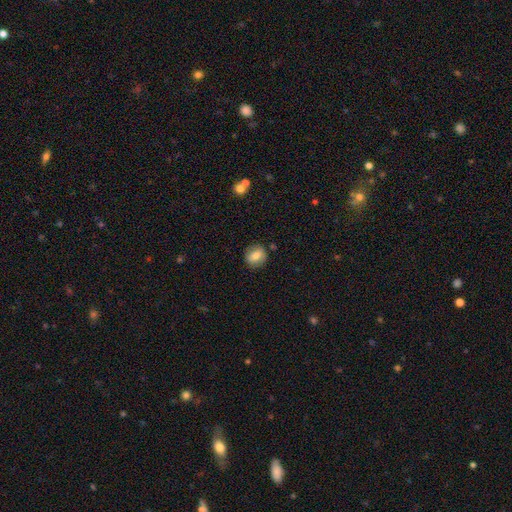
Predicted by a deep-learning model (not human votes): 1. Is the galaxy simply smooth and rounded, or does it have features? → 76% smooth, 15% featured or disk, 9% star or artifact.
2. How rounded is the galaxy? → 75% round, 23% in between, 1% cigar-shaped.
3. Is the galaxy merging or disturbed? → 85% none, 10% minor disturbance, 3% major disturbance, 2% merger.